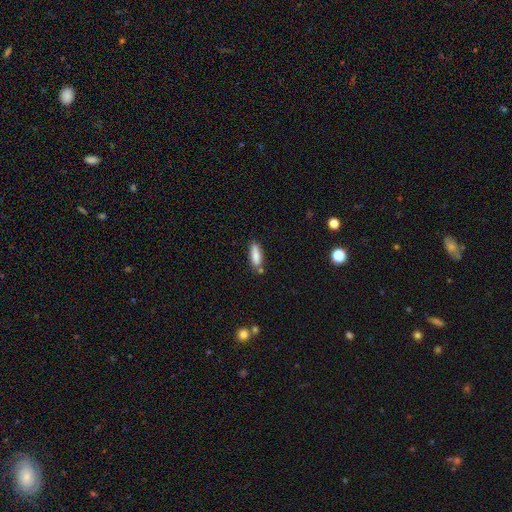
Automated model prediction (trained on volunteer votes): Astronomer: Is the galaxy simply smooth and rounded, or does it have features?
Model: smooth — 84%.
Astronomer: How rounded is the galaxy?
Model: in between — 53% (runner-up: cigar-shaped, 45%).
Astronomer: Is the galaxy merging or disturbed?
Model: none — 71%.